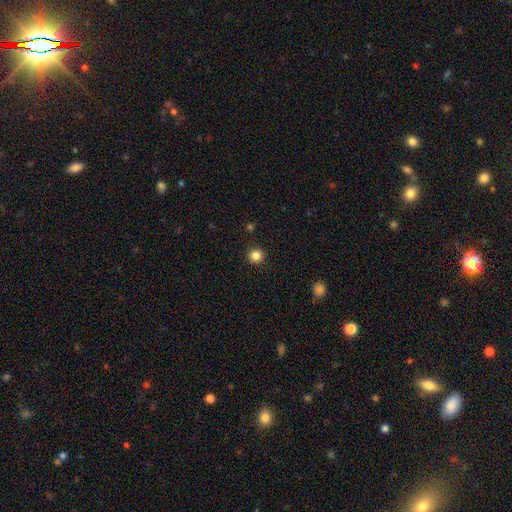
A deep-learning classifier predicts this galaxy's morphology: A smooth galaxy with no disk features (84%) that is round (94%).

Vote fractions:
- Smooth or featured? smooth: 84% / star or artifact: 12% / featured or disk: 4%
- How rounded? round: 94% / in between: 5% / cigar-shaped: 1%
- Merging? none: 93% / minor disturbance: 5% / major disturbance: 2% / merger: 1%